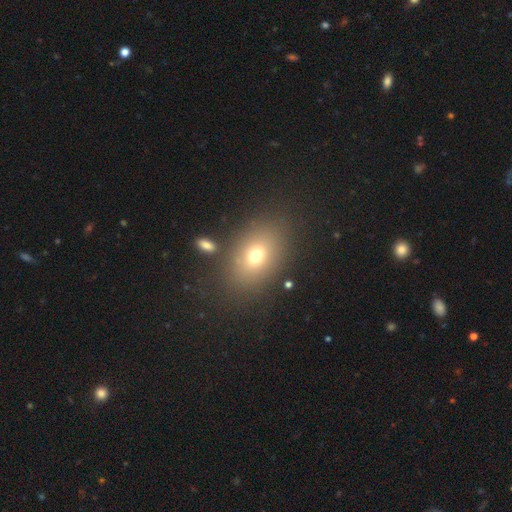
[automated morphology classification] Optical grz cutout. It shows a smooth galaxy with no disk features (70%) that is in between round and cigar-shaped (74%). Merging: none (78%).